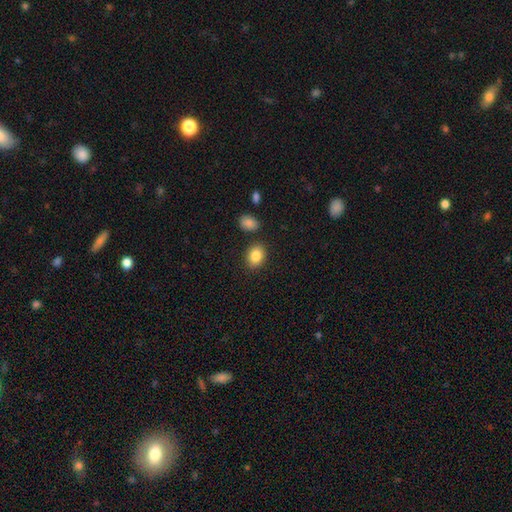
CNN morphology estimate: The model was most divided on "how rounded": in between: 67%, round: 31%, cigar-shaped: 1%. More confident: smooth or featured — smooth (86%); merging — none (83%).